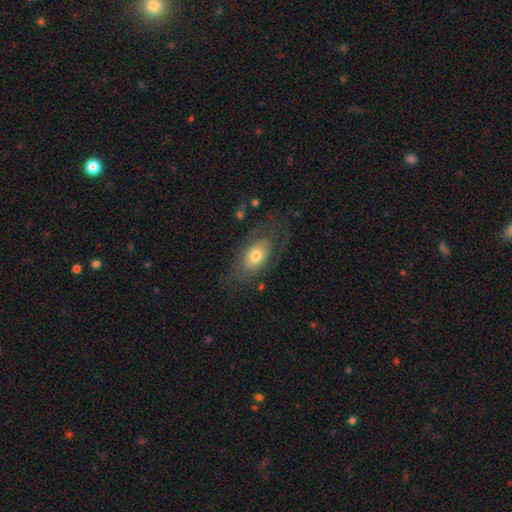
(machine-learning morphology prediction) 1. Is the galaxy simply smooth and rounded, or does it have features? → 51% smooth, 42% featured or disk, 7% star or artifact.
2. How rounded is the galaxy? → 89% in between, 7% round, 4% cigar-shaped.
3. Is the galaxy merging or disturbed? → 61% none, 20% minor disturbance, 17% major disturbance, 2% merger.